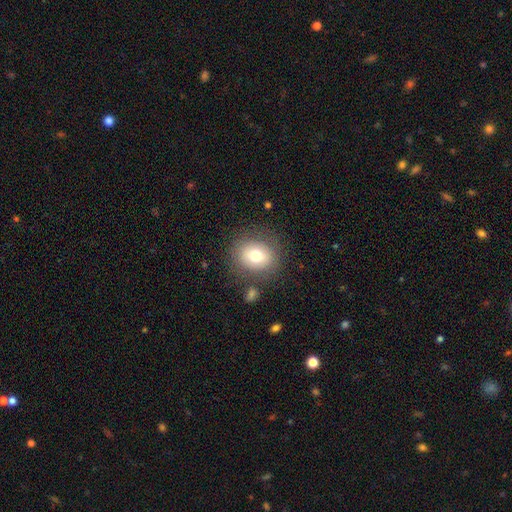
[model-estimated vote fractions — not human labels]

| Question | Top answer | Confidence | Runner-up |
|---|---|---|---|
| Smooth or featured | smooth | 74% | featured or disk (16%) |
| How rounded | round | 70% | in between (29%) |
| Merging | none | 79% | minor disturbance (12%) |